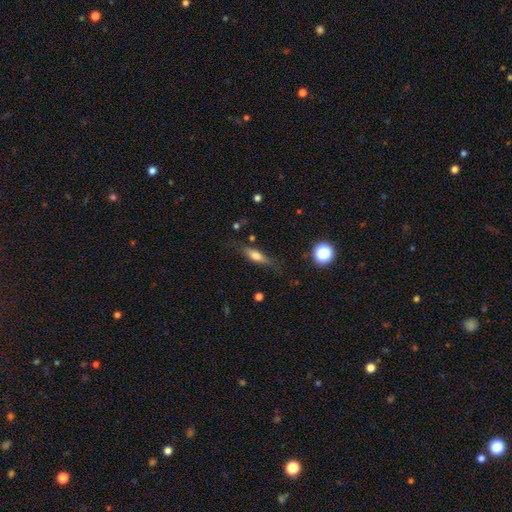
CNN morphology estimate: smooth 60%, featured or disk 31%, star or artifact 9%. Down the decision tree: how rounded — cigar-shaped (52%); merging — none (73%).